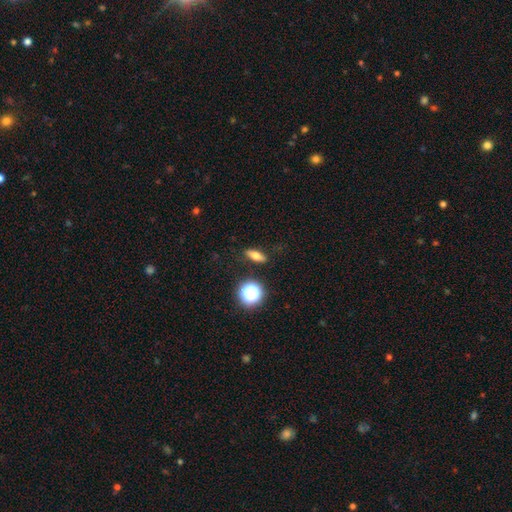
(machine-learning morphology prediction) smooth 65%, featured or disk 22%, star or artifact 13%. Down the decision tree: how rounded — in between (51%); merging — none (88%).